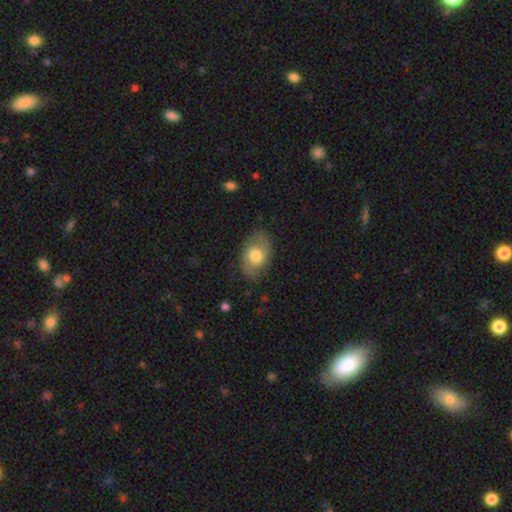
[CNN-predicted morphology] Overall: smooth (62%; featured or disk 31%). How rounded: in between (85%). Merging: none (76%).